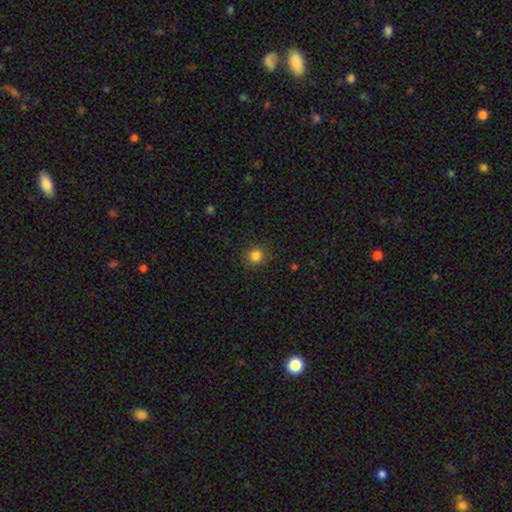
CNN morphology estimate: smooth_or_featured: smooth (p=0.84) [alt: star or artifact p=0.12]
how_rounded: round (p=0.93) [alt: in between p=0.06]
merging: none (p=0.90) [alt: minor disturbance p=0.06]